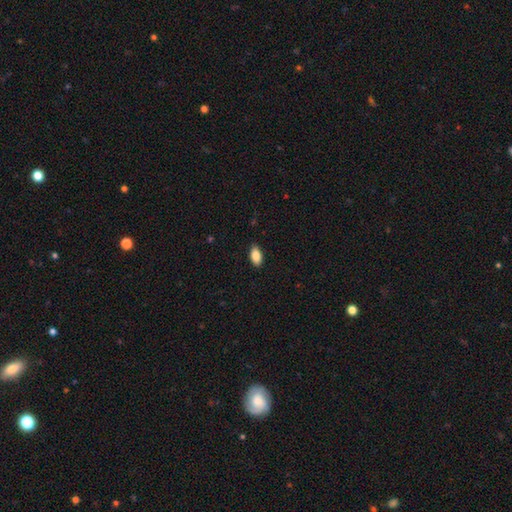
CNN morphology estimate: smooth 85%, featured or disk 8%, star or artifact 7%. Down the decision tree: how rounded — in between (92%); merging — none (87%).